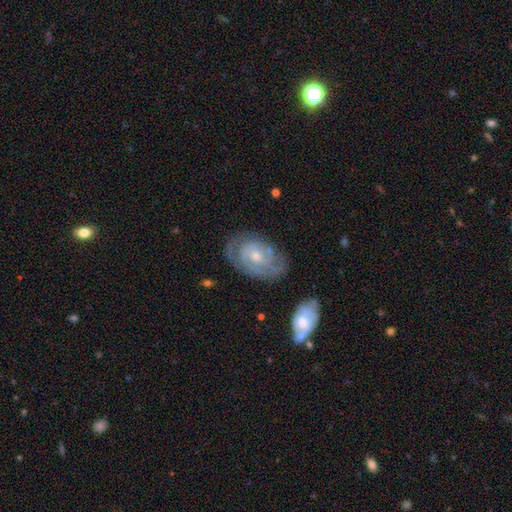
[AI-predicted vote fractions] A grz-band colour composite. It shows a featured or disk galaxy (77%) with no bar (72%), tight (66%) spiral arms (89%) and a small central bulge (56%). Merging: none (67%).